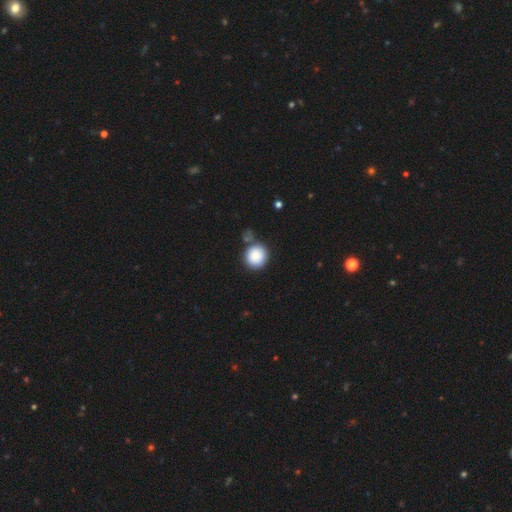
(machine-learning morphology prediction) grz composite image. It shows a smooth galaxy with no disk features (88%) that is round (92%). Merging: none (64%).